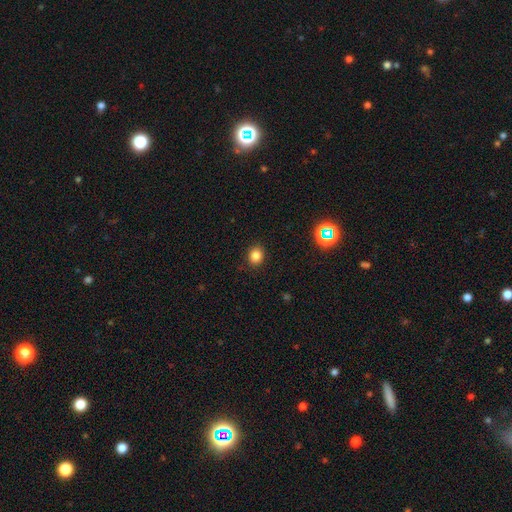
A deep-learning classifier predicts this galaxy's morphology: smooth-or-featured: smooth: 82% | star or artifact: 13% | featured or disk: 5%
  how-rounded: round: 70% | in between: 29% | cigar-shaped: 1%
  merging: none: 90% | minor disturbance: 7% | major disturbance: 2% | merger: 1%